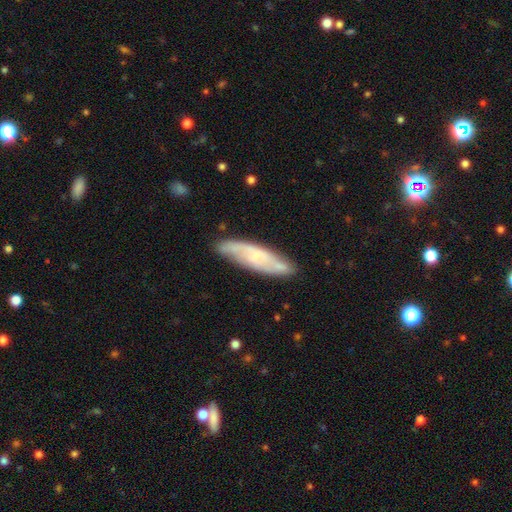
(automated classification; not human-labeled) Smooth or featured?
  - featured or disk: 57% *
  - smooth: 36%
  - star or artifact: 7%
Edge-on disk?
  - no: 67% *
  - yes: 33%
Merging?
  - none: 77% *
  - minor disturbance: 17%
  - major disturbance: 4%
  - merger: 2%